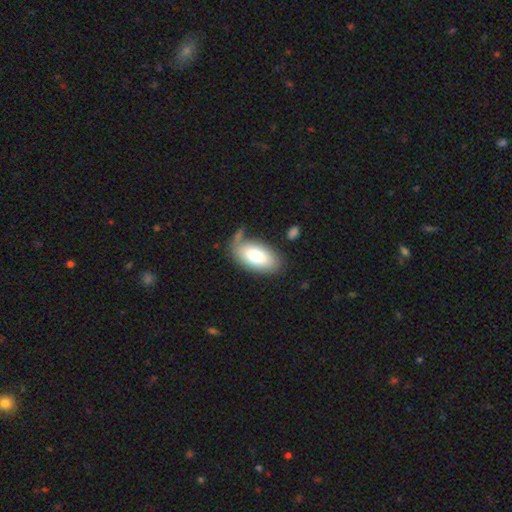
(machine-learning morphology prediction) A smooth galaxy with no disk features (76%) that is in between round and cigar-shaped (94%).

Vote fractions:
- Smooth or featured? smooth: 76% / featured or disk: 18% / star or artifact: 6%
- How rounded? in between: 94% / round: 3% / cigar-shaped: 3%
- Merging? none: 60% / minor disturbance: 21% / major disturbance: 11% / merger: 9%